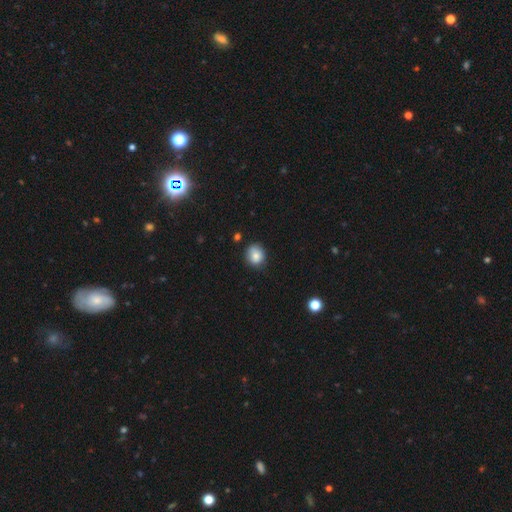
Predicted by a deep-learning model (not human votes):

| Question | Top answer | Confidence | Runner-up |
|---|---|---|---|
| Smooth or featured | smooth | 82% | star or artifact (9%) |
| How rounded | round | 75% | in between (24%) |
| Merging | none | 74% | minor disturbance (20%) |